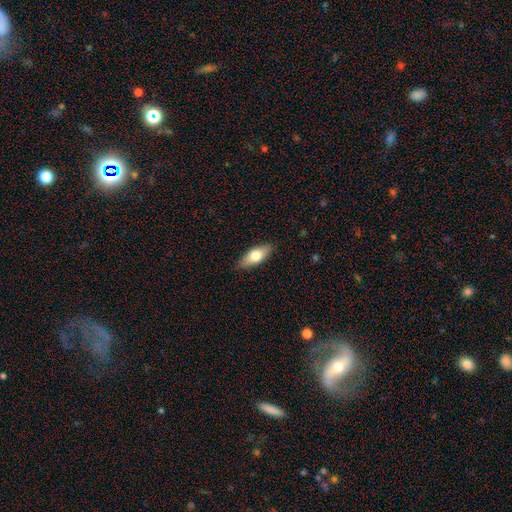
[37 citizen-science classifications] smooth_or_featured: smooth (p=0.70) [alt: featured or disk p=0.24]
how_rounded: in between (p=0.81) [alt: cigar-shaped p=0.19]
merging: none (p=0.83) [alt: minor disturbance p=0.17]